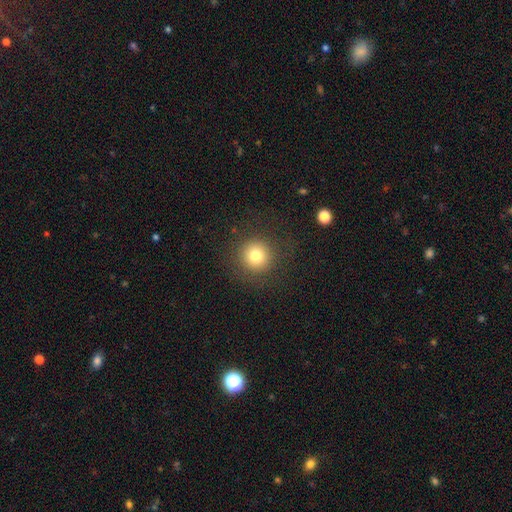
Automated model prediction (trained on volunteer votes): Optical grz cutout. It shows a smooth galaxy with no disk features (79%) that is round (94%). Merging: none (88%).